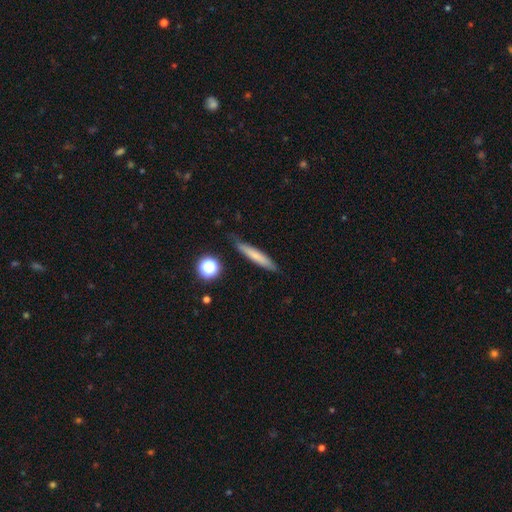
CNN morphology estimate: smooth 67%, featured or disk 25%, star or artifact 8%. Down the decision tree: how rounded — cigar-shaped (91%); merging — none (81%).